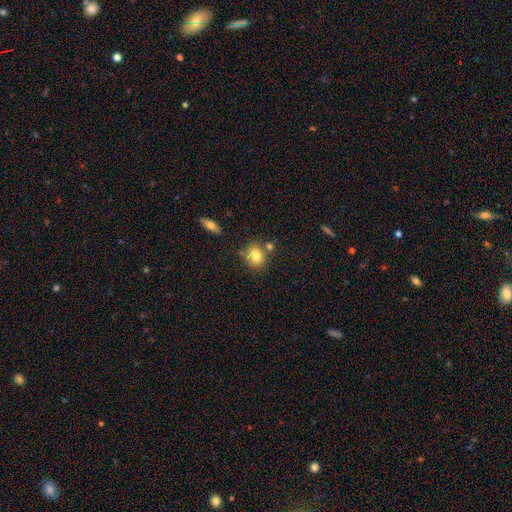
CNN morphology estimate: This is likely a smooth galaxy (79%). How rounded: likely round (73%). Merging: likely none (69%).